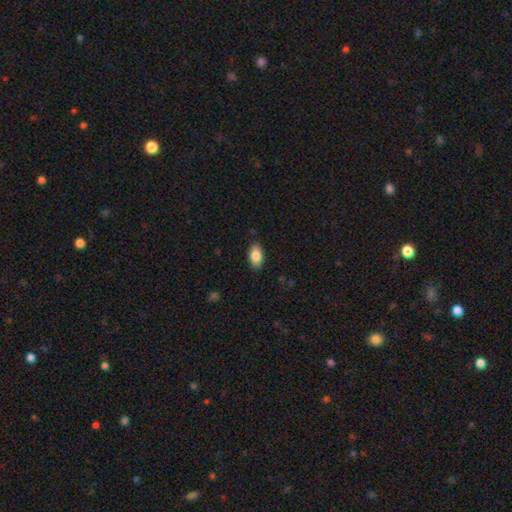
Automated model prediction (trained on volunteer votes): This appears to be a smooth galaxy with no disk features (86%) that is in between round and cigar-shaped (93%). Merging: none (86%).